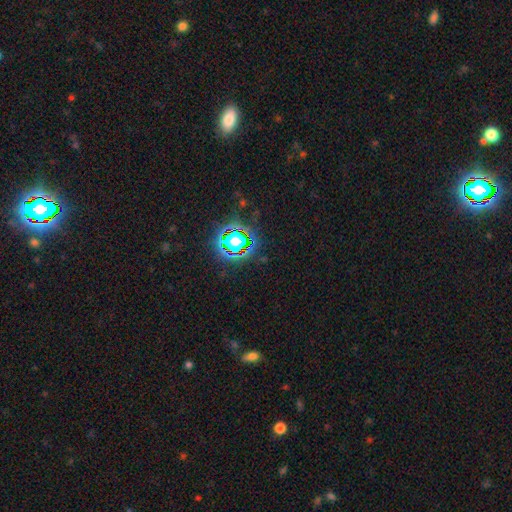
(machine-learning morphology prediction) Q: Smooth or featured?
A: star or artifact (78%); runner-up: smooth (14%)